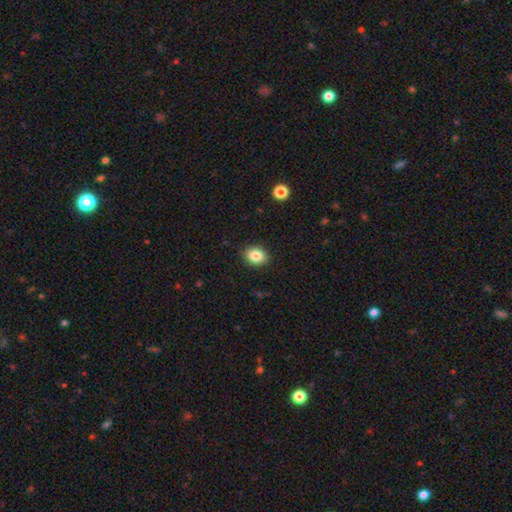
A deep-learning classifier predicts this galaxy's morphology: A smooth galaxy with no disk features (85%) that is in between round and cigar-shaped (54%). Merging: none (89%).